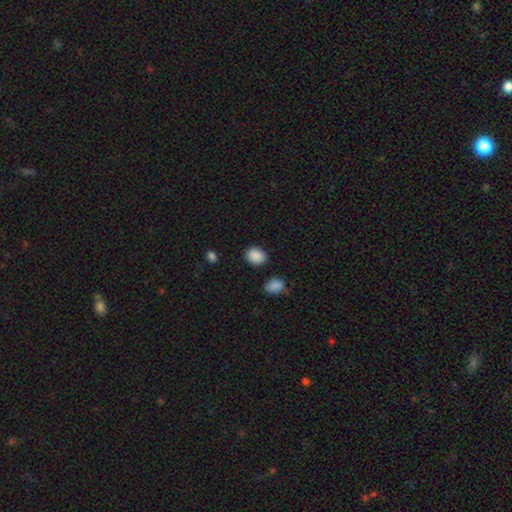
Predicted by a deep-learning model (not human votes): Smooth or featured?
  - smooth: 88% *
  - star or artifact: 9%
  - featured or disk: 3%
How rounded?
  - in between: 54% *
  - round: 45%
  - cigar-shaped: 1%
Merging?
  - none: 82% *
  - minor disturbance: 11%
  - merger: 3%
  - major disturbance: 3%